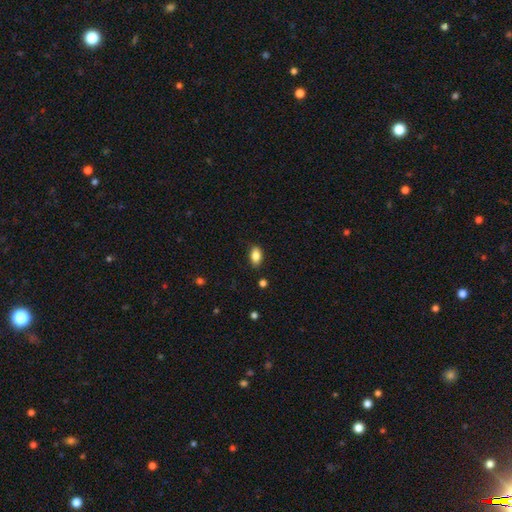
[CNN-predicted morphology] This is clearly a smooth galaxy (85%). How rounded: clearly in between (89%). Merging: clearly none (84%).